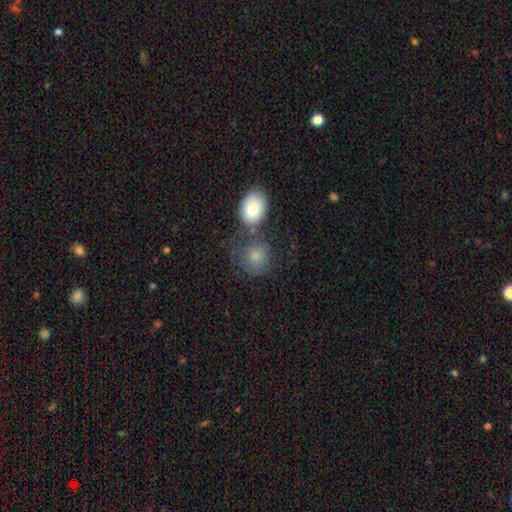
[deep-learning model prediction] Smooth or featured: smooth — 79% (featured or disk — 12%)
How rounded: round — 73% (in between — 26%)
Merging: none — 45% (merger — 29%)